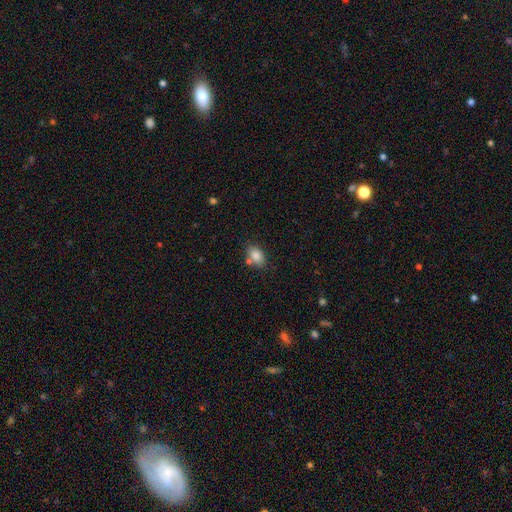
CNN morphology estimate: Smooth or featured? Predicted: smooth (p=0.84). How rounded? Predicted: in between (p=0.83). Merging? Predicted: none (p=0.67).